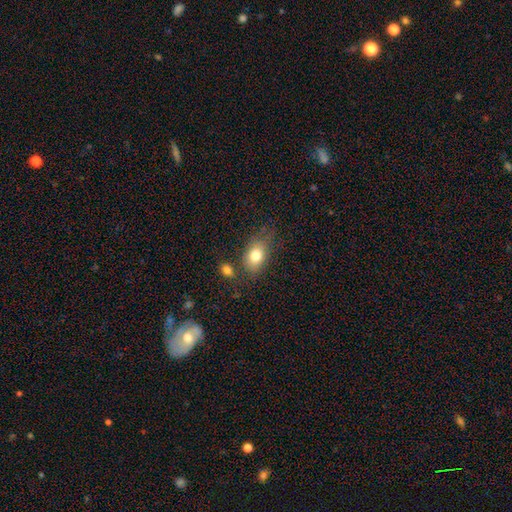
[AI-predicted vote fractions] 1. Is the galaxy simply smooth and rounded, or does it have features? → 79% smooth, 12% featured or disk, 9% star or artifact.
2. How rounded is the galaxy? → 81% in between, 17% round, 2% cigar-shaped.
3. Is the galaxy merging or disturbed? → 63% none, 21% minor disturbance, 9% merger, 7% major disturbance.